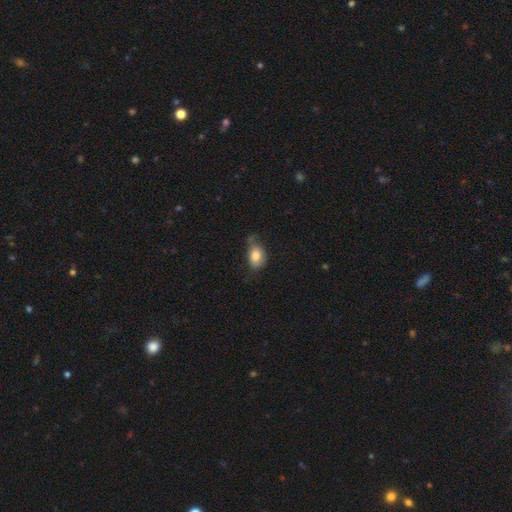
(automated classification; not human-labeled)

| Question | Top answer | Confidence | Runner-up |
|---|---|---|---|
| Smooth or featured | smooth | 81% | featured or disk (11%) |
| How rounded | in between | 82% | round (16%) |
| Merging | none | 47% | minor disturbance (38%) |